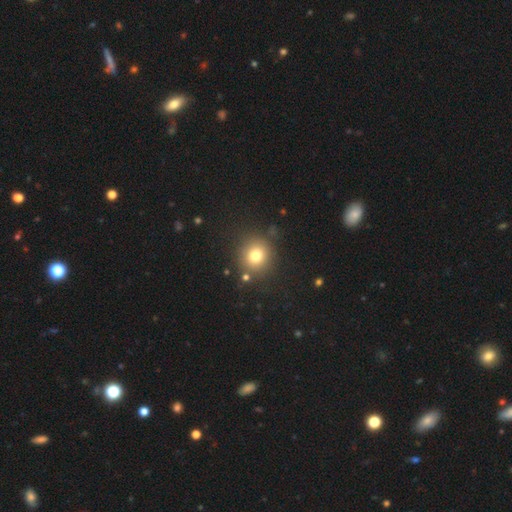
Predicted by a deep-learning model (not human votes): Q: Smooth or featured?
A: smooth (77%); runner-up: star or artifact (14%)
Q: How rounded?
A: round (88%); runner-up: in between (11%)
Q: Merging?
A: none (84%); runner-up: minor disturbance (9%)